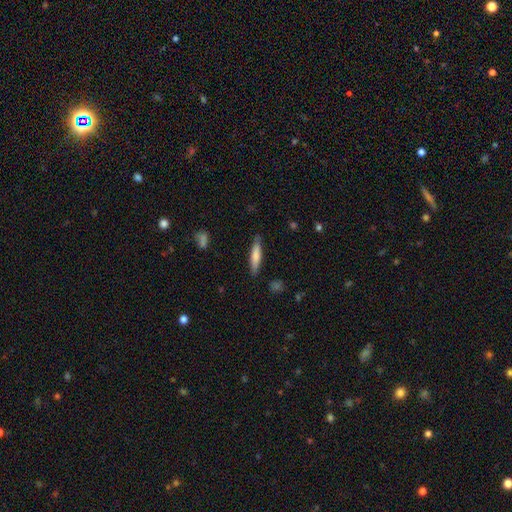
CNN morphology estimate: Smooth or featured? smooth (71%)
How rounded? cigar-shaped (84%)
Merging? none (85%)